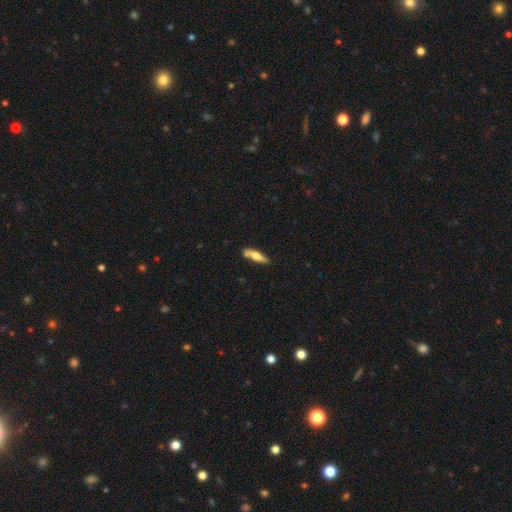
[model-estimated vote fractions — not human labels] smooth_or_featured: smooth (p=0.61) [alt: featured or disk p=0.34]
how_rounded: cigar-shaped (p=0.69) [alt: in between p=0.29]
merging: none (p=0.70) [alt: minor disturbance p=0.18]